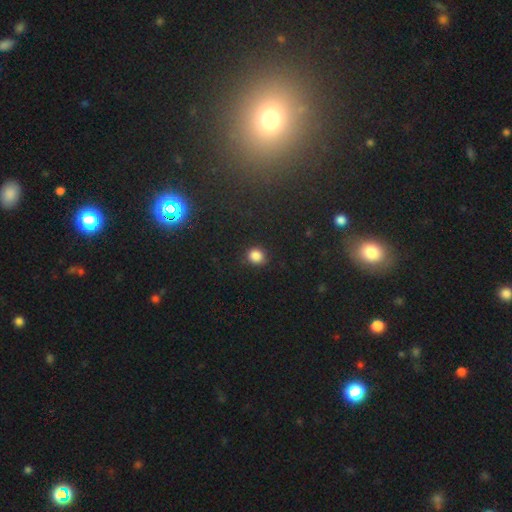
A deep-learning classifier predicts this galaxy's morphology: Smooth or featured: smooth — 84% (star or artifact — 12%)
How rounded: round — 77% (in between — 22%)
Merging: none — 86% (minor disturbance — 10%)